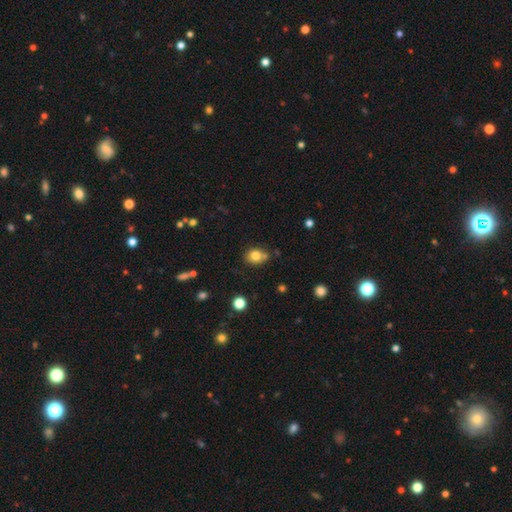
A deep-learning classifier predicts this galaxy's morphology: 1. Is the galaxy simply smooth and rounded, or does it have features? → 80% smooth, 12% star or artifact, 8% featured or disk.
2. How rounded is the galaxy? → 68% round, 31% in between, 1% cigar-shaped.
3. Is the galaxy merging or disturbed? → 66% none, 16% minor disturbance, 15% merger, 4% major disturbance.